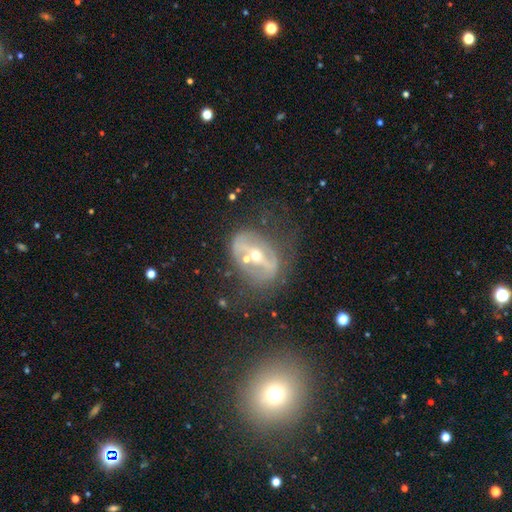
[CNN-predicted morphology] Smooth or featured? Predicted: featured or disk (p=0.75). Edge-on disk? Predicted: no (p=0.89). Bar? Predicted: strong (p=0.57). Spiral arms? Predicted: no (p=0.53). Bulge size? Predicted: moderate (p=0.50). Merging? Predicted: none (p=0.51).